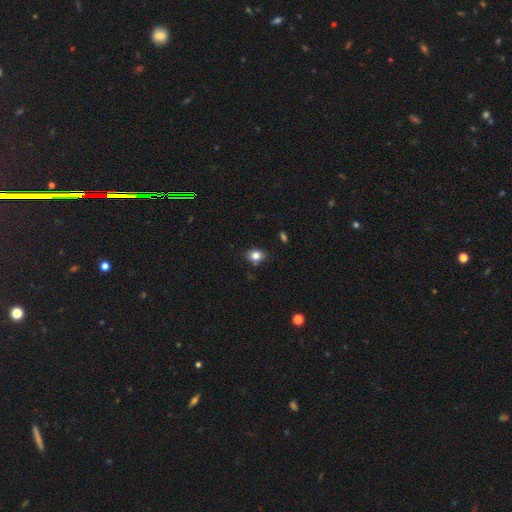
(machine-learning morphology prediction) This is clearly a smooth galaxy (82%). How rounded: possibly round (55%). Merging: clearly none (81%).